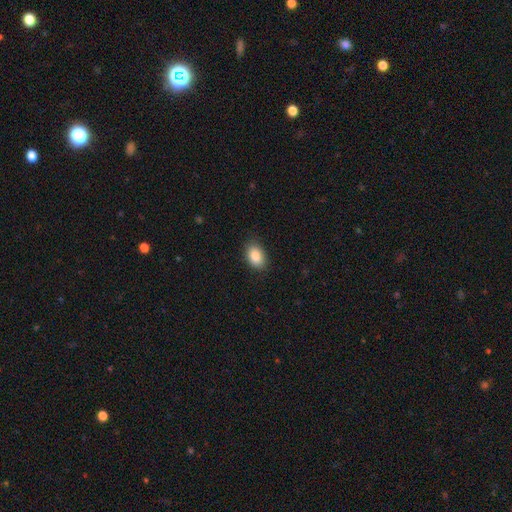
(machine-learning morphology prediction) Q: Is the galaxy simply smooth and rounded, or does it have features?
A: smooth — 88%.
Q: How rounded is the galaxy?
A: in between — 87%.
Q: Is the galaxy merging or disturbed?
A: none — 85%.